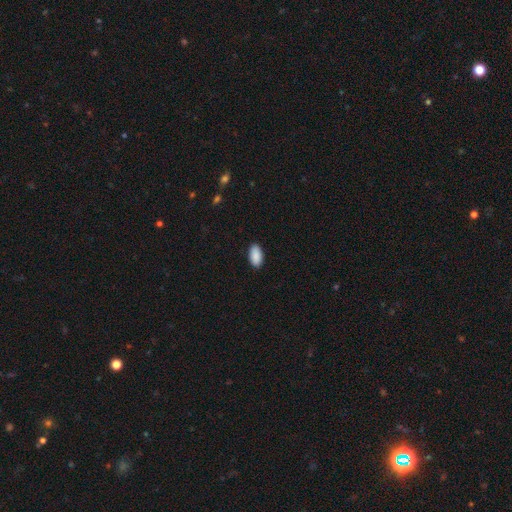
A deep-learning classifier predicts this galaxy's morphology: smooth 90%, star or artifact 6%, featured or disk 3%. Down the decision tree: how rounded — in between (95%); merging — none (89%).